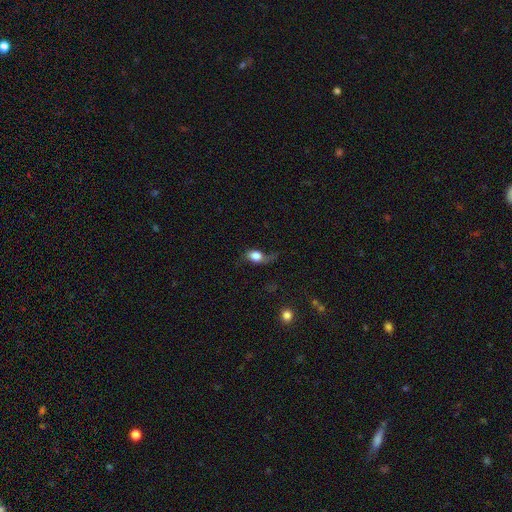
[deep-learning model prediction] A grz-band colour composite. It shows a smooth galaxy with no disk features (66%) that is in between round and cigar-shaped (67%). Merging: none (37%).